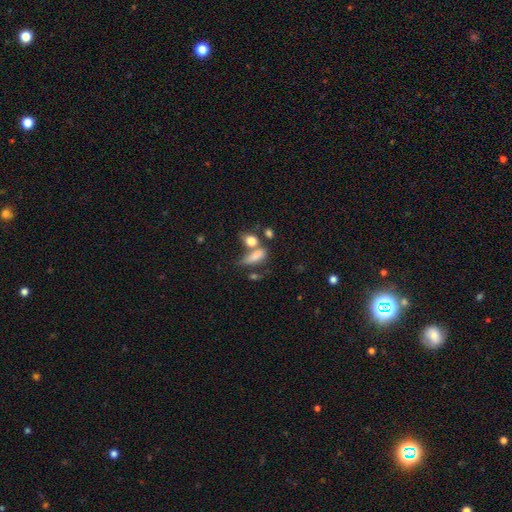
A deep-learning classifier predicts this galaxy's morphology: This appears to be a smooth galaxy with no disk features (76%) that is in between round and cigar-shaped (71%). Merging: merger (41%).